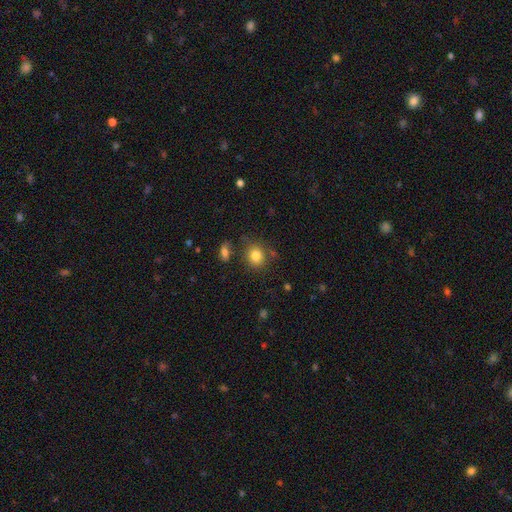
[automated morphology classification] Q: Smooth or featured?
A: smooth (82%); runner-up: star or artifact (11%)
Q: How rounded?
A: round (75%); runner-up: in between (24%)
Q: Merging?
A: none (73%); runner-up: minor disturbance (15%)